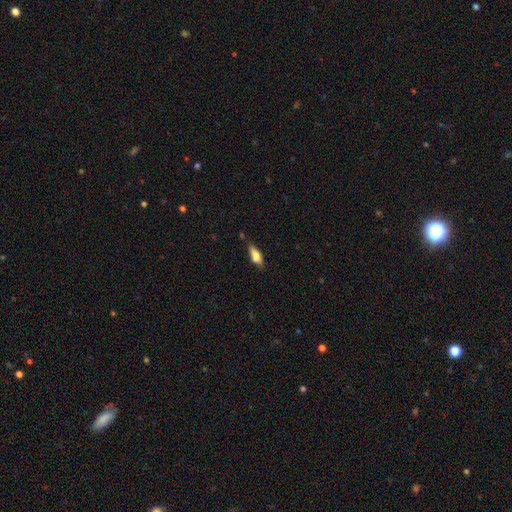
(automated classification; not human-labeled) This is likely a smooth galaxy (76%). How rounded: likely in between (62%). Merging: possibly none (57%).